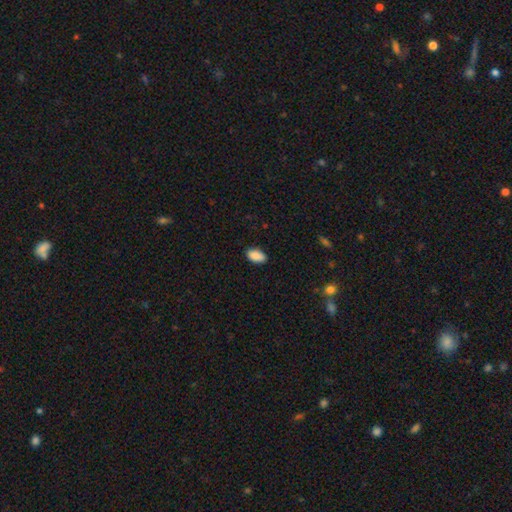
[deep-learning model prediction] Overall: smooth (90%). How rounded: in between (94%). Merging: none (86%).